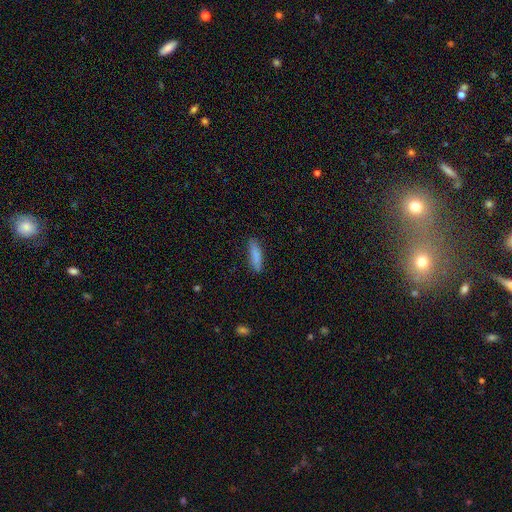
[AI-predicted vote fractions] smooth 85%, featured or disk 8%, star or artifact 6%. Down the decision tree: how rounded — cigar-shaped (68%); merging — none (83%).